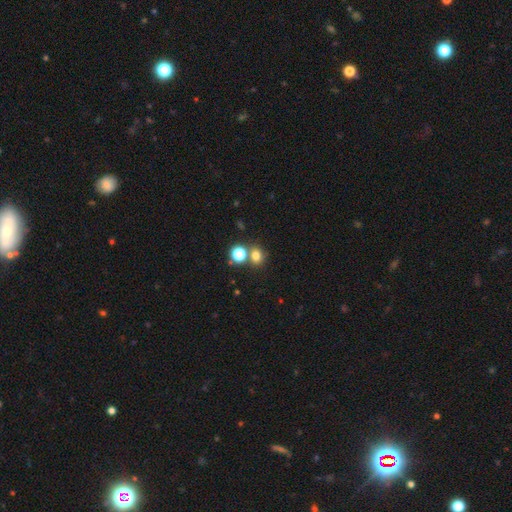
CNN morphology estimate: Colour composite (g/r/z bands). It shows a smooth galaxy with no disk features (74%) that is round (69%). Merging: none (63%).